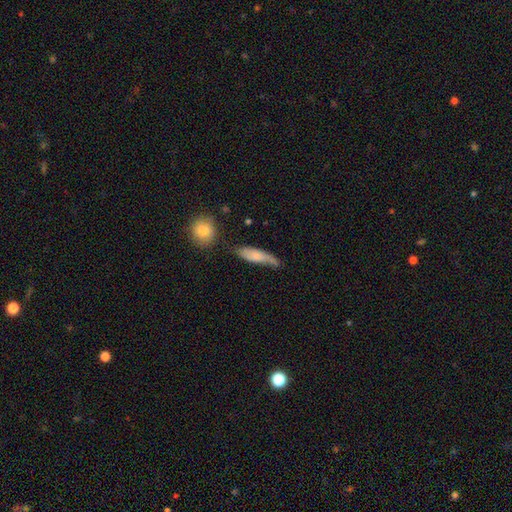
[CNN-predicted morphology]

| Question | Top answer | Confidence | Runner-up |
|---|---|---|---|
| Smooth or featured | smooth | 64% | featured or disk (29%) |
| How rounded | cigar-shaped | 57% | in between (40%) |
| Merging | none | 45% | minor disturbance (33%) |